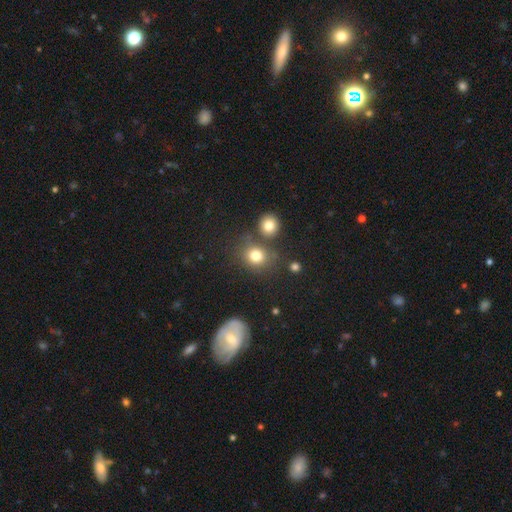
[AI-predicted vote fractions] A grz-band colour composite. It shows a smooth galaxy with no disk features (78%) that is round (75%). Merging: none (67%).